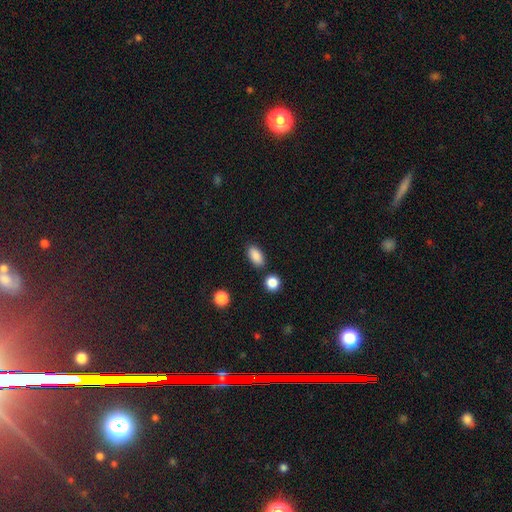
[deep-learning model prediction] smooth-or-featured: smooth: 88% | star or artifact: 8% | featured or disk: 4%
  how-rounded: in between: 89% | round: 6% | cigar-shaped: 5%
  merging: none: 83% | minor disturbance: 10% | merger: 4% | major disturbance: 3%